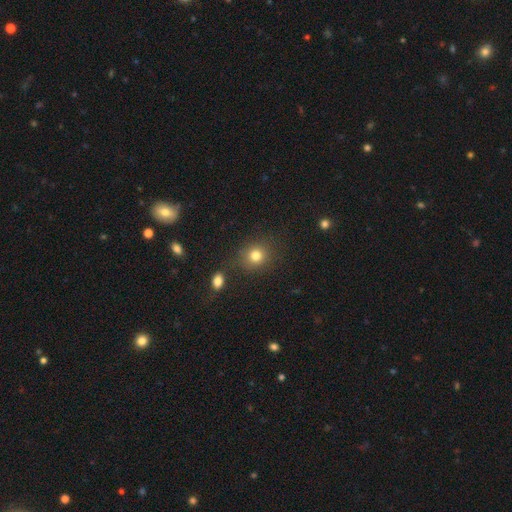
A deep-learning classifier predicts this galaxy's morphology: A smooth galaxy with no disk features (81%) that is round (82%).

Vote fractions:
- Smooth or featured? smooth: 81% / star or artifact: 13% / featured or disk: 6%
- How rounded? round: 82% / in between: 17% / cigar-shaped: 1%
- Merging? none: 82% / minor disturbance: 10% / merger: 4% / major disturbance: 4%